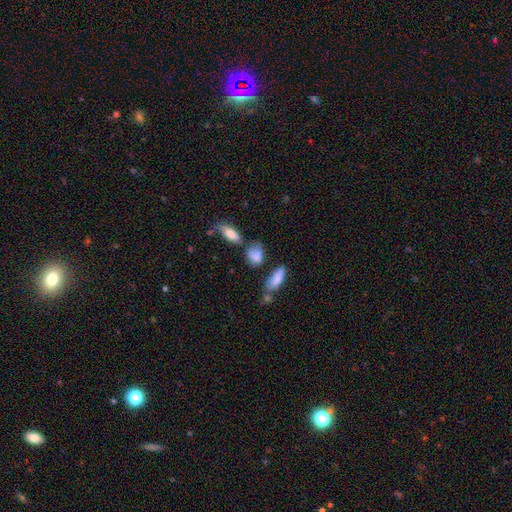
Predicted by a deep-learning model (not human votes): Smooth or featured?
  - smooth: 80% *
  - star or artifact: 10%
  - featured or disk: 10%
How rounded?
  - in between: 68% *
  - round: 24%
  - cigar-shaped: 8%
Merging?
  - none: 52% *
  - minor disturbance: 25%
  - merger: 15%
  - major disturbance: 8%